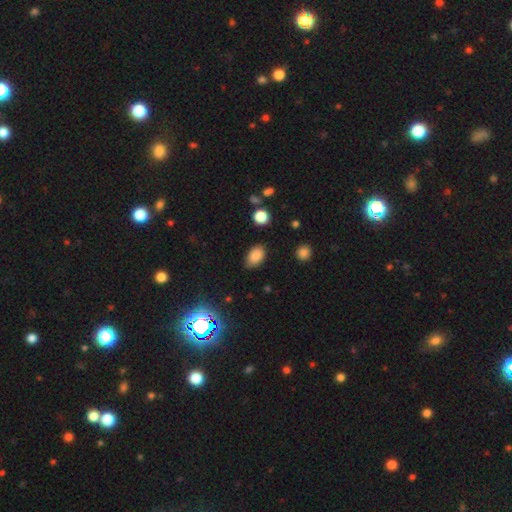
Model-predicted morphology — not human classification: type=smooth (84%); roundness=in between (89%); merging=none (78%).